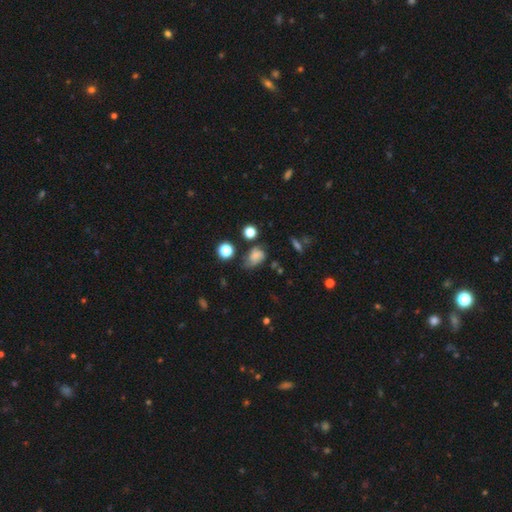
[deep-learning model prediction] Smooth or featured? smooth (64%)
How rounded? in between (66%)
Merging? none (45%)